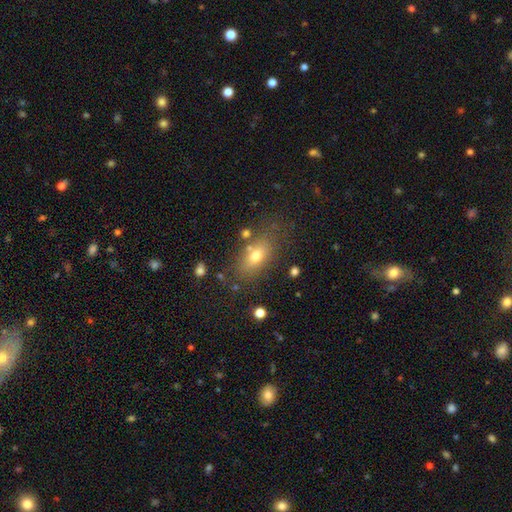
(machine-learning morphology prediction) smooth_or_featured: smooth (p=0.70) [alt: featured or disk p=0.18]
how_rounded: in between (p=0.80) [alt: round p=0.11]
merging: none (p=0.72) [alt: minor disturbance p=0.15]